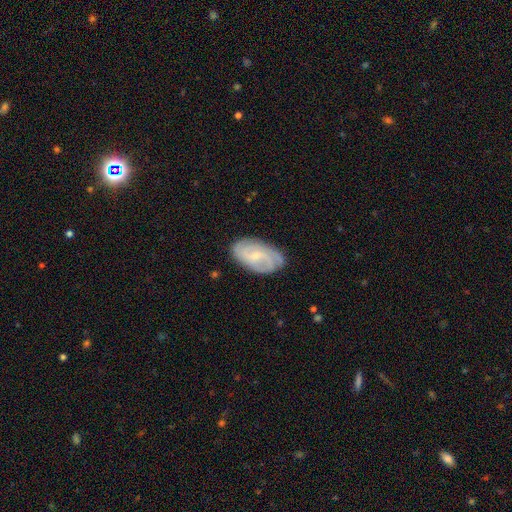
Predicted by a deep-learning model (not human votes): Smooth or featured? featured or disk (69%)
Edge-on disk? no (95%)
Bar? no (48%)
Spiral arms? yes (91%)
Spiral winding? tight (47%)
Spiral arm count? can't tell (35%)
Bulge size? small (69%)
Merging? none (76%)